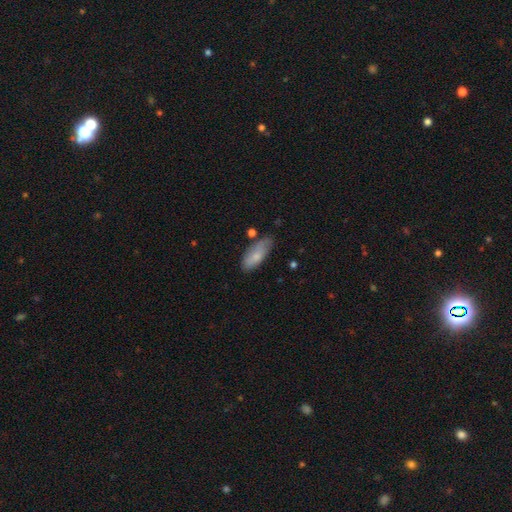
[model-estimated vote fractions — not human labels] The model was most divided on "merging": none: 67%, minor disturbance: 24%, merger: 4%, major disturbance: 4%. More confident: how rounded — in between (78%); smooth or featured — smooth (77%).